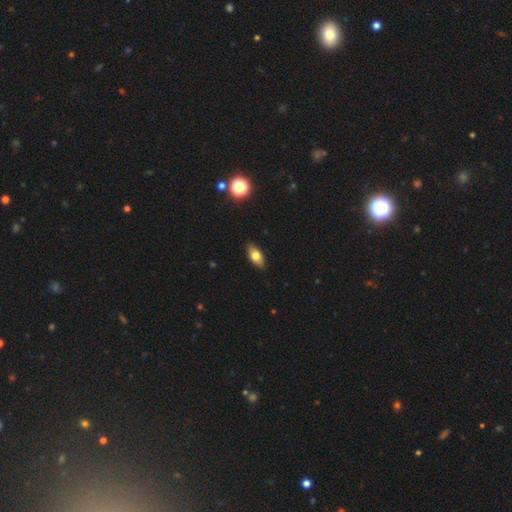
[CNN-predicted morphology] The model was most divided on "smooth or featured": smooth: 74%, featured or disk: 18%, star or artifact: 8%. More confident: merging — none (88%); how rounded — in between (87%).